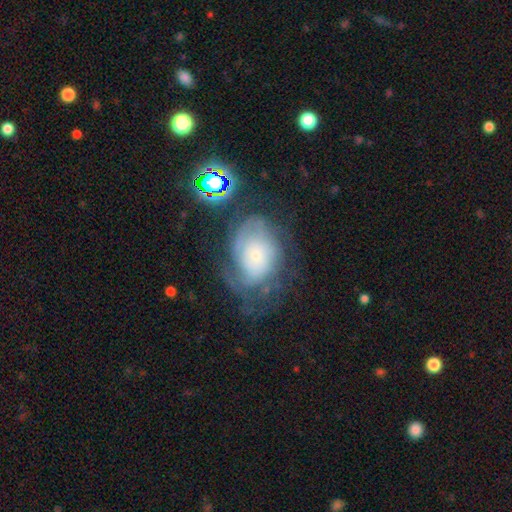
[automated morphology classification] Q: Smooth or featured?
A: featured or disk (66%); runner-up: smooth (23%)
Q: Edge-on disk?
A: no (97%); runner-up: yes (3%)
Q: Bar?
A: no (81%); runner-up: weak (16%)
Q: Spiral arms?
A: yes (85%); runner-up: no (15%)
Q: Spiral winding?
A: tight (57%); runner-up: medium (30%)
Q: Spiral arm count?
A: can't tell (53%); runner-up: 2 (18%)
Q: Bulge size?
A: small (74%); runner-up: moderate (15%)
Q: Merging?
A: none (50%); runner-up: minor disturbance (24%)